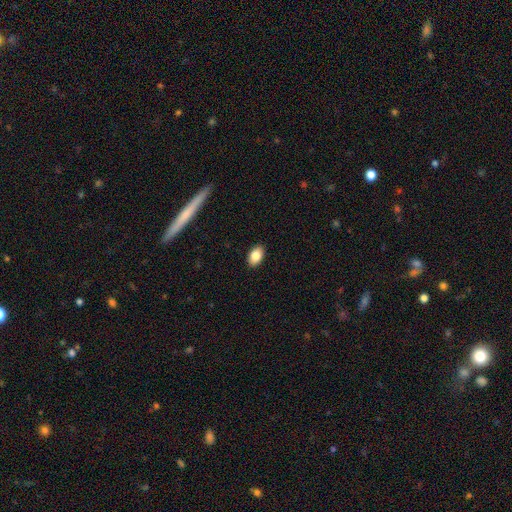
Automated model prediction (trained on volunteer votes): smooth-or-featured: smooth: 84% | featured or disk: 8% | star or artifact: 7%
  how-rounded: in between: 90% | round: 8% | cigar-shaped: 2%
  merging: none: 90% | minor disturbance: 7% | major disturbance: 2% | merger: 1%